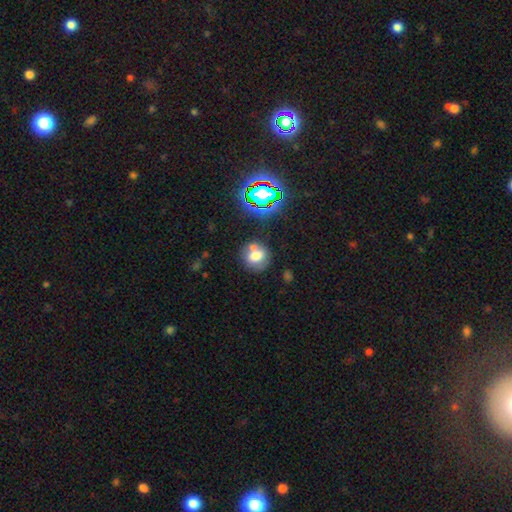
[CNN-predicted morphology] smooth 68%, featured or disk 17%, star or artifact 15%. Down the decision tree: how rounded — round (75%); merging — none (57%).